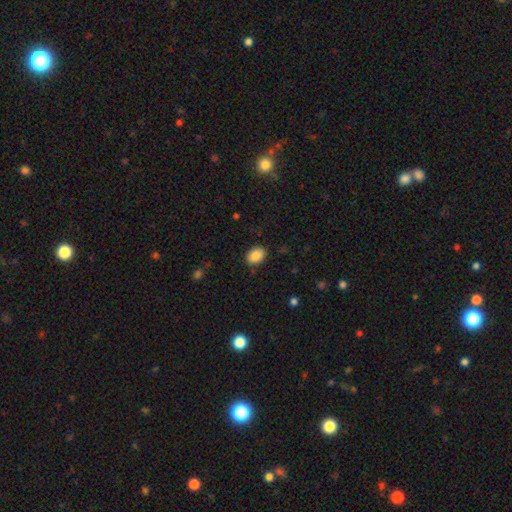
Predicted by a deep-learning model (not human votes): smooth 88%, star or artifact 8%, featured or disk 4%. Down the decision tree: how rounded — in between (77%); merging — none (86%).